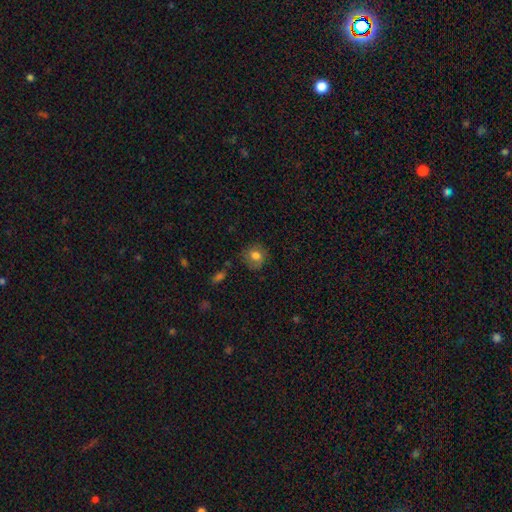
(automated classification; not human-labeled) This is likely a smooth galaxy (74%). How rounded: likely round (76%). Merging: likely none (70%).